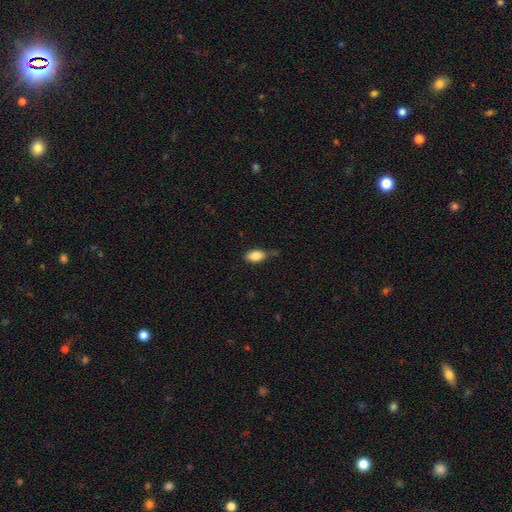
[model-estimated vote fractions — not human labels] Smooth or featured?
  - smooth: 84% *
  - featured or disk: 8%
  - star or artifact: 8%
How rounded?
  - in between: 90% *
  - cigar-shaped: 5%
  - round: 5%
Merging?
  - none: 58% *
  - minor disturbance: 31%
  - major disturbance: 7%
  - merger: 4%